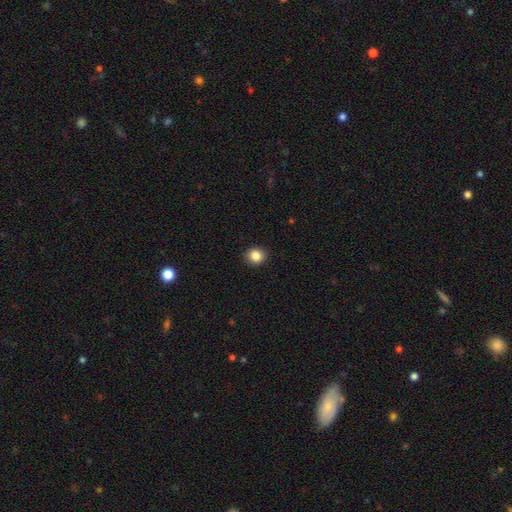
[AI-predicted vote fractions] Smooth or featured: smooth — 86% (star or artifact — 10%)
How rounded: round — 80% (in between — 19%)
Merging: none — 91% (minor disturbance — 7%)